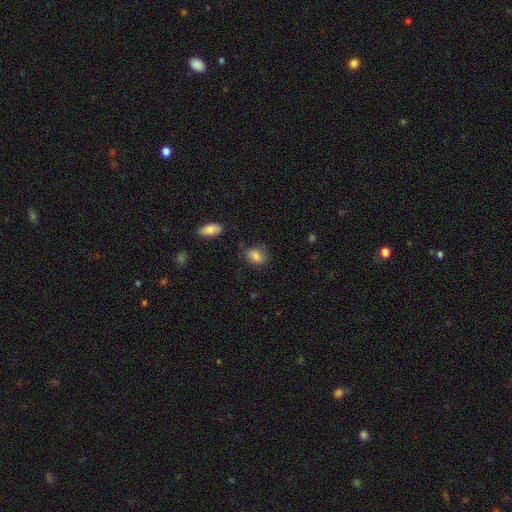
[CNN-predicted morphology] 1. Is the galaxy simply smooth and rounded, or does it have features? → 81% smooth, 10% featured or disk, 9% star or artifact.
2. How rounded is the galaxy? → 67% in between, 31% round, 2% cigar-shaped.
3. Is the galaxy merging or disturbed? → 65% none, 24% minor disturbance, 7% major disturbance, 3% merger.